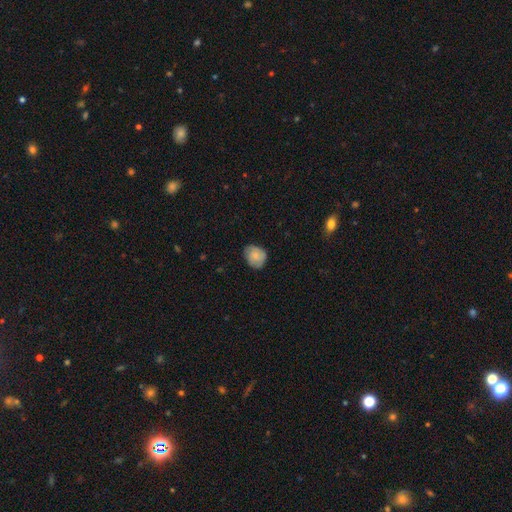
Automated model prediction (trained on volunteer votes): smooth-or-featured: smooth: 72% | featured or disk: 21% | star or artifact: 7%
  how-rounded: round: 62% | in between: 37% | cigar-shaped: 1%
  merging: none: 68% | minor disturbance: 26% | major disturbance: 4% | merger: 1%